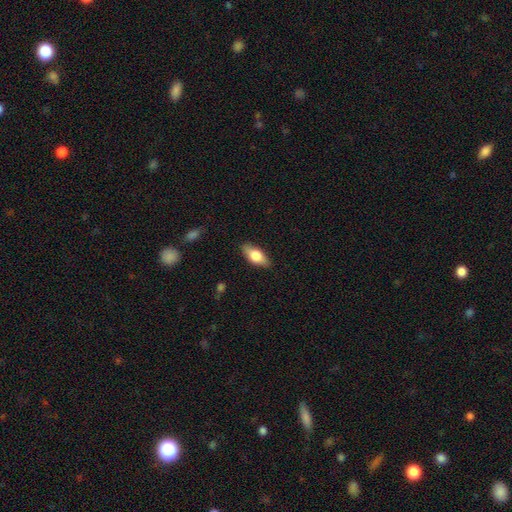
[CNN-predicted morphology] A smooth galaxy with no disk features (68%) that is in between round and cigar-shaped (83%).

Vote fractions:
- Smooth or featured? smooth: 68% / featured or disk: 26% / star or artifact: 7%
- How rounded? in between: 83% / cigar-shaped: 13% / round: 4%
- Merging? none: 85% / minor disturbance: 11% / major disturbance: 2% / merger: 1%